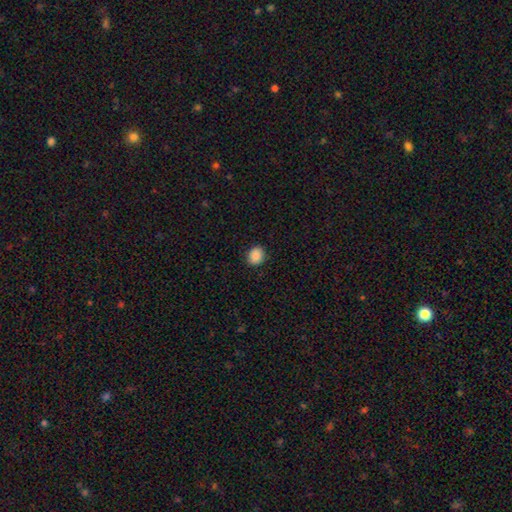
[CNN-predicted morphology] A smooth galaxy with no disk features (88%) that is round (68%).

Vote fractions:
- Smooth or featured? smooth: 88% / star or artifact: 9% / featured or disk: 3%
- How rounded? round: 68% / in between: 31% / cigar-shaped: 1%
- Merging? none: 89% / minor disturbance: 8% / major disturbance: 2% / merger: 1%